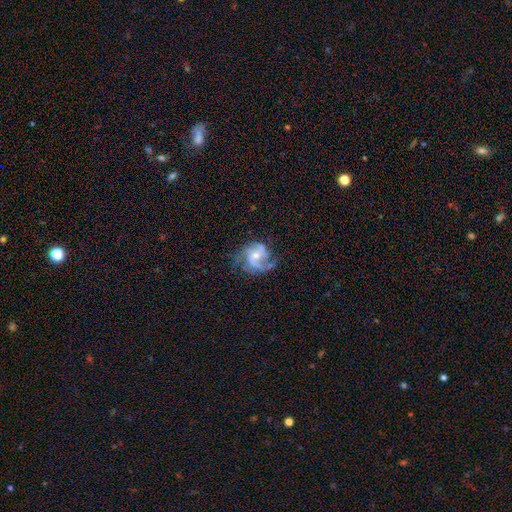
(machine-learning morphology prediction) This is likely a featured or disk galaxy (78%). It is clearly not viewed edge-on (98%). Bar: possibly no (49%). Spiral arm pattern: clearly yes (91%). Spiral arm count: possibly 2 (57%). Spiral winding: possibly medium (47%). Central bulge: possibly moderate (51%). Merging: possibly none (56%).